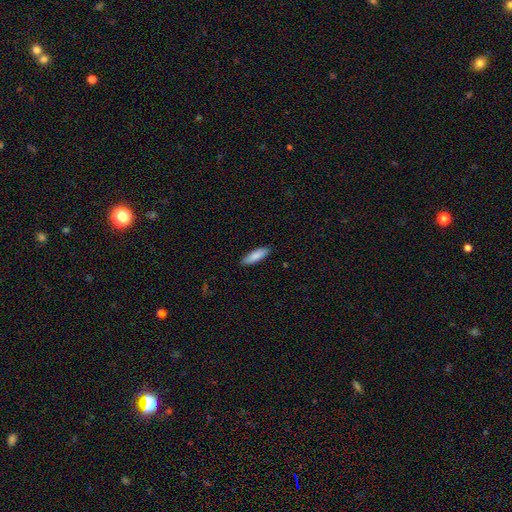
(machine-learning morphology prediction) smooth-or-featured: smooth: 86% | featured or disk: 9% | star or artifact: 5%
  how-rounded: cigar-shaped: 54% | in between: 45% | round: 1%
  merging: none: 88% | minor disturbance: 9% | major disturbance: 2% | merger: 1%